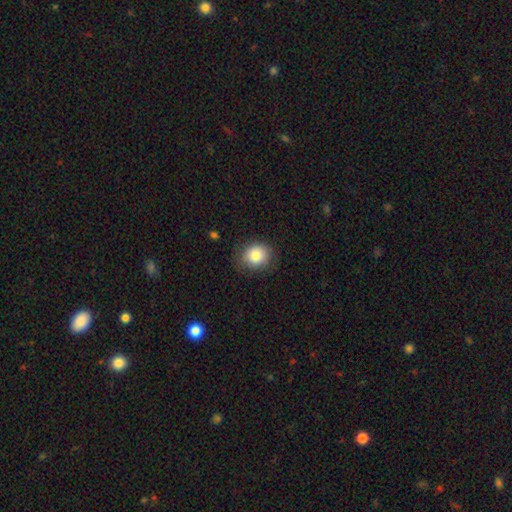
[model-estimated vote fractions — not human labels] Smooth or featured? Predicted: smooth (p=0.82). How rounded? Predicted: round (p=0.73). Merging? Predicted: none (p=0.82).